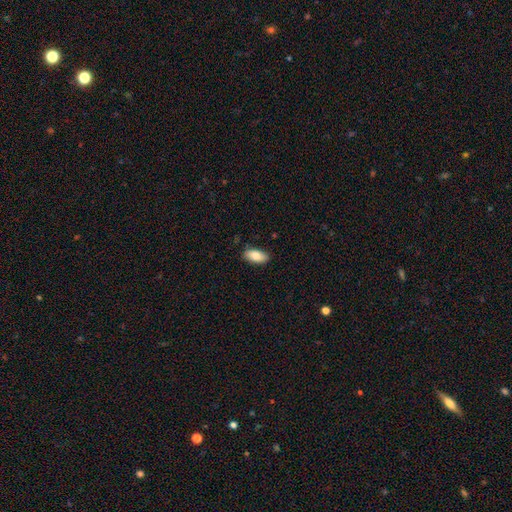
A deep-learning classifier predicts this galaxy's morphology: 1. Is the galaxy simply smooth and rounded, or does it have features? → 83% smooth, 10% featured or disk, 6% star or artifact.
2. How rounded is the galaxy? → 91% in between, 6% cigar-shaped, 3% round.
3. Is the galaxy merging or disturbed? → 85% none, 12% minor disturbance, 2% major disturbance, 1% merger.